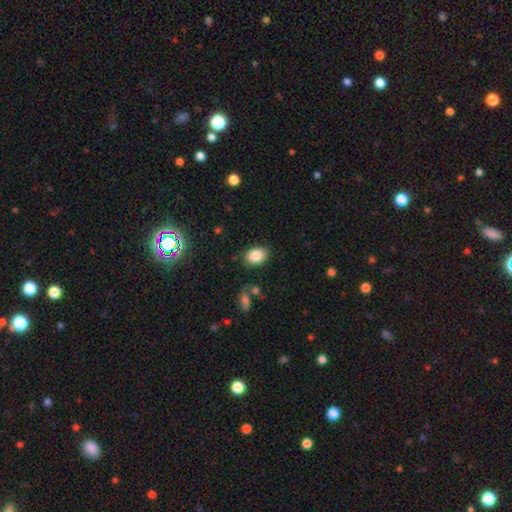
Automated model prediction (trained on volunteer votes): The model was most divided on "how rounded": in between: 74%, round: 25%, cigar-shaped: 1%. More confident: smooth or featured — smooth (85%); merging — none (84%).